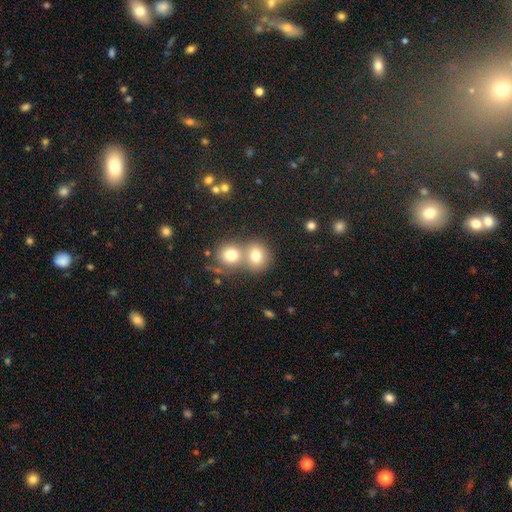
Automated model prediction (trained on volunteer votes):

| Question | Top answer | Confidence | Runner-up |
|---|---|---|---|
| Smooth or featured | smooth | 76% | featured or disk (12%) |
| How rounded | round | 76% | in between (23%) |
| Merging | merger | 53% | none (38%) |